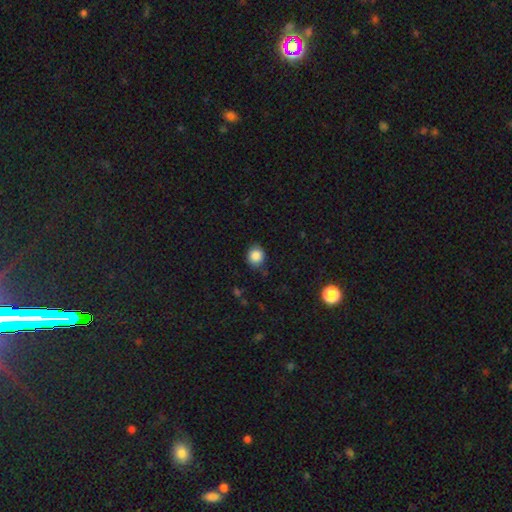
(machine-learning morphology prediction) Q: Smooth or featured?
A: smooth (86%); runner-up: star or artifact (10%)
Q: How rounded?
A: round (79%); runner-up: in between (20%)
Q: Merging?
A: none (83%); runner-up: minor disturbance (12%)